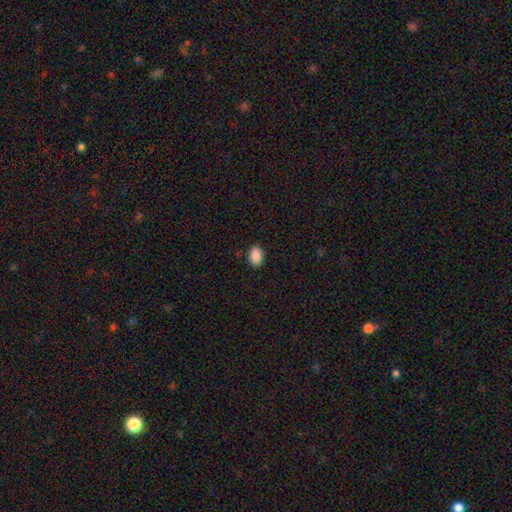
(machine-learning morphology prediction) smooth 90%, star or artifact 8%, featured or disk 2%. Down the decision tree: how rounded — in between (84%); merging — none (89%).